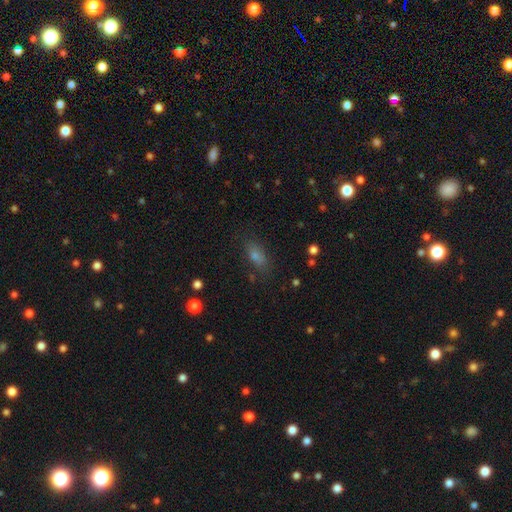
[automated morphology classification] type=smooth (64%); roundness=in between (74%); merging=none (80%).